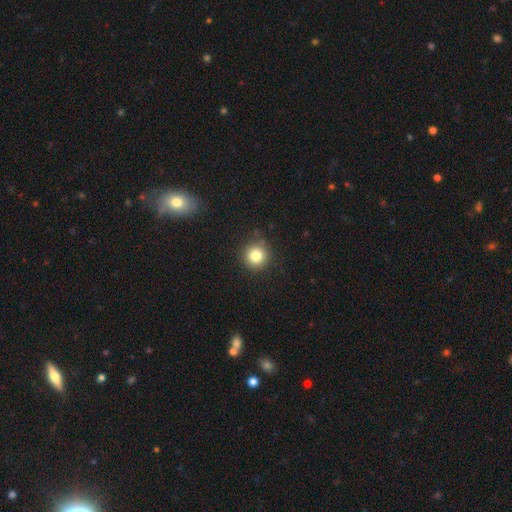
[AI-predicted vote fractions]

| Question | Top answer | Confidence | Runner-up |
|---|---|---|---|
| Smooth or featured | smooth | 81% | star or artifact (11%) |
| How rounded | round | 95% | in between (4%) |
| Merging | none | 89% | minor disturbance (8%) |